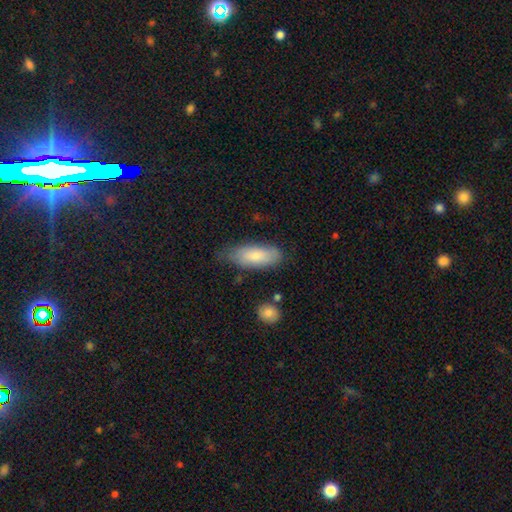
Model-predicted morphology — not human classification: Smooth or featured? smooth (79%)
How rounded? in between (79%)
Merging? none (65%)